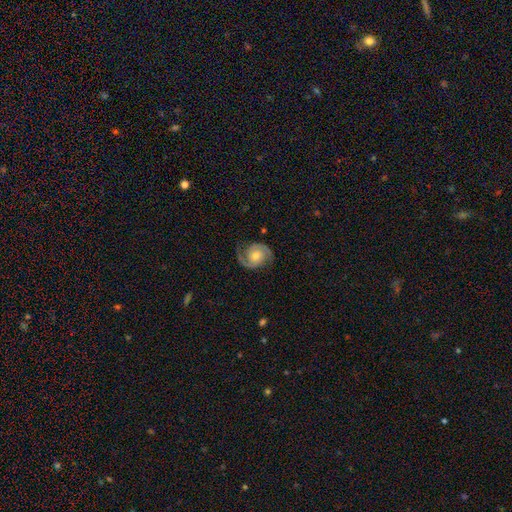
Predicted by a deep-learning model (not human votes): A featured or disk galaxy (90%) with no bar (67%), 2 (94%) medium (52%) spiral arms (98%) and a moderate central bulge (60%). Merging: none (81%).